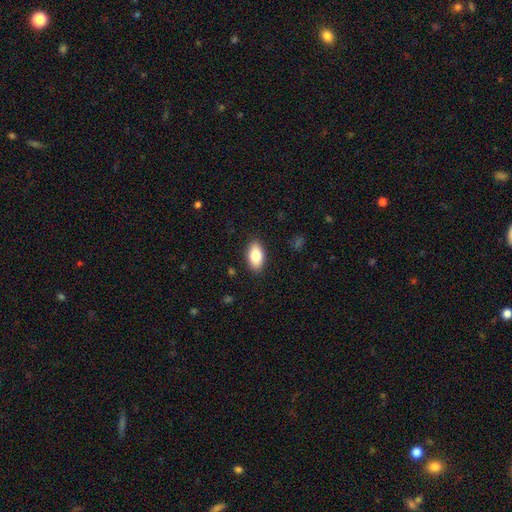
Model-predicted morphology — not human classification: Smooth or featured: smooth — 82% (featured or disk — 11%)
How rounded: in between — 92% (cigar-shaped — 5%)
Merging: none — 89% (minor disturbance — 8%)